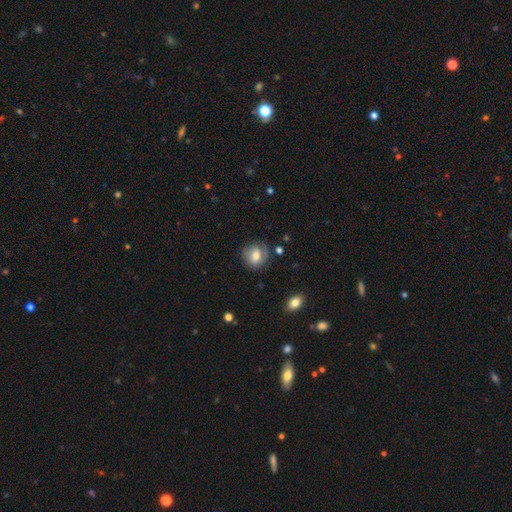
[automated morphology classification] Smooth or featured: smooth — 61% (featured or disk — 30%)
How rounded: round — 74% (in between — 25%)
Merging: none — 74% (minor disturbance — 18%)